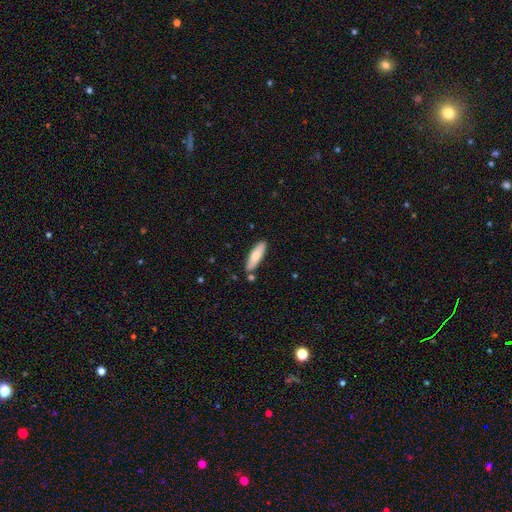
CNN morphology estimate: Smooth or featured?
  - smooth: 76% *
  - featured or disk: 18%
  - star or artifact: 6%
How rounded?
  - cigar-shaped: 60% *
  - in between: 39%
  - round: 2%
Merging?
  - none: 81% *
  - minor disturbance: 12%
  - merger: 5%
  - major disturbance: 2%